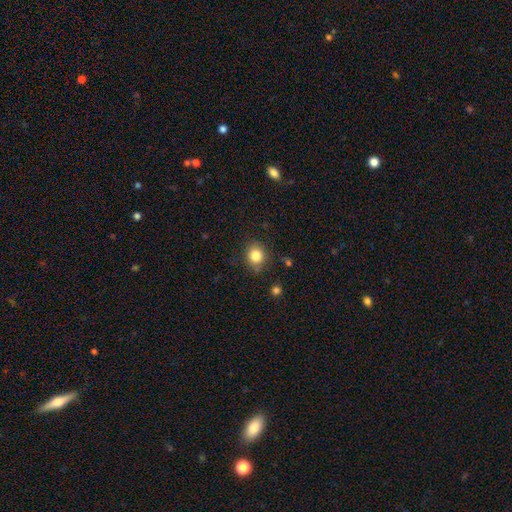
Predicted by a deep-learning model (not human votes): smooth 84%, star or artifact 10%, featured or disk 6%. Down the decision tree: how rounded — round (75%); merging — none (79%).